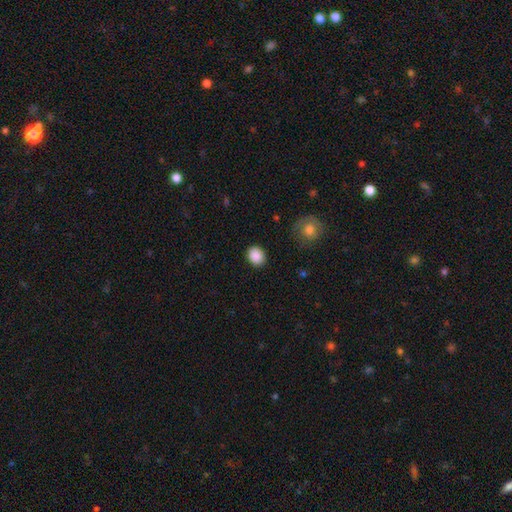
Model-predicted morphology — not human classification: This appears to be a smooth galaxy with no disk features (89%) that is round (61%). Merging: none (88%).